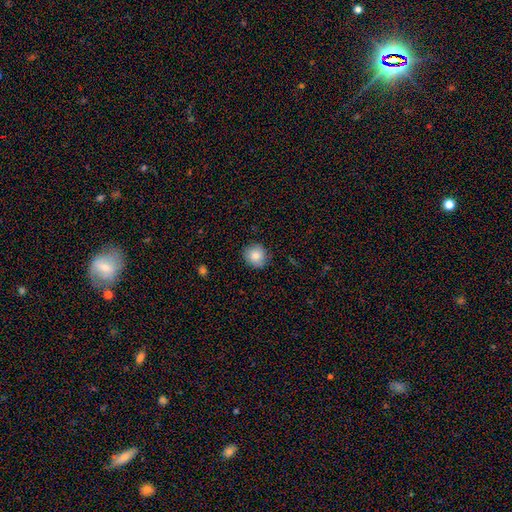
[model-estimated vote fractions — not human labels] This appears to be a smooth galaxy with no disk features (83%) that is round (90%). Merging: none (87%).